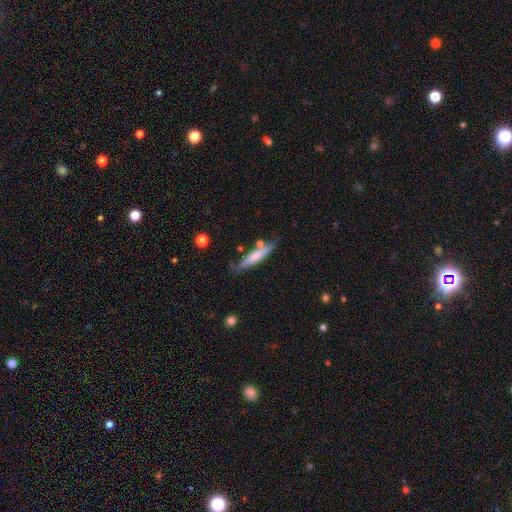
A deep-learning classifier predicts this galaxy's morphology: Overall: smooth (59%; featured or disk 35%). How rounded: cigar-shaped (87%). Merging: none (70%).